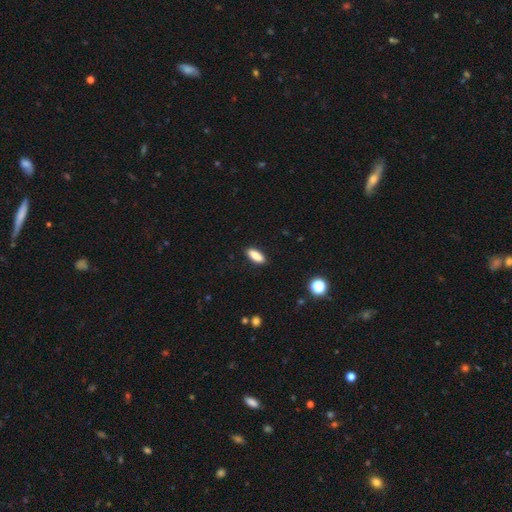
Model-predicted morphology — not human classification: Smooth or featured?
  - smooth: 84% *
  - featured or disk: 8%
  - star or artifact: 7%
How rounded?
  - in between: 69% *
  - cigar-shaped: 28%
  - round: 2%
Merging?
  - none: 89% *
  - minor disturbance: 8%
  - major disturbance: 2%
  - merger: 1%